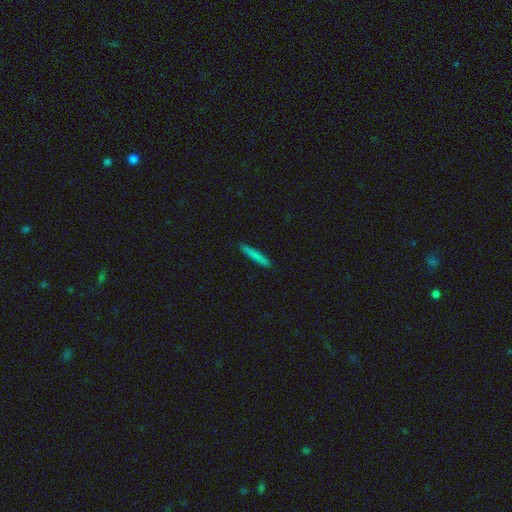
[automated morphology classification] type=smooth (78%); roundness=cigar-shaped (95%); merging=none (91%).